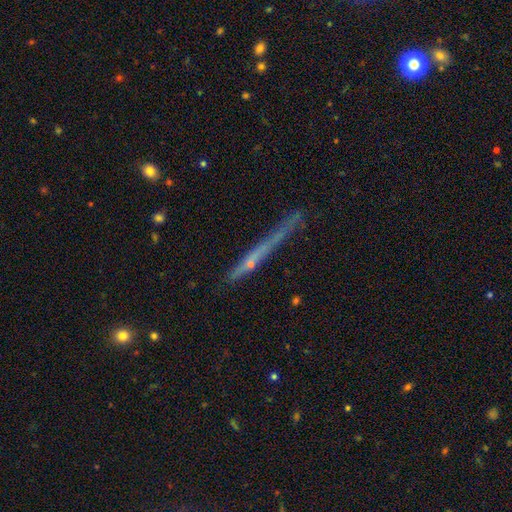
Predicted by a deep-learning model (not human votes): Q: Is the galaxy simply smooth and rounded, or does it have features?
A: featured or disk — 54%.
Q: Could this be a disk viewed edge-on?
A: yes — 92%.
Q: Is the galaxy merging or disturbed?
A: none — 68%.